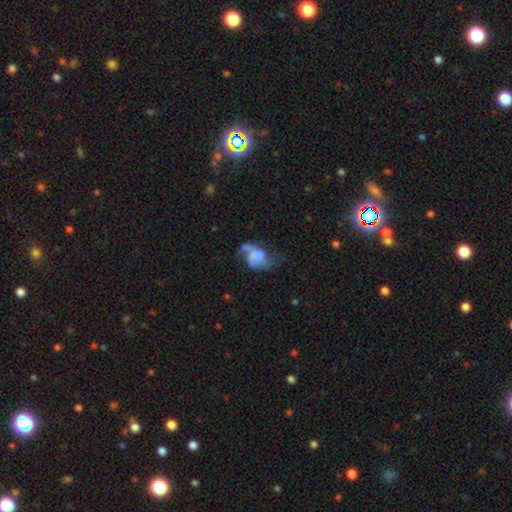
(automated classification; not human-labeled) Smooth or featured? Predicted: featured or disk (p=0.60). Edge-on disk? Predicted: no (p=0.98). Bar? Predicted: no (p=0.69). Spiral arms? Predicted: yes (p=0.75). Bulge size? Predicted: none (p=0.55). Merging? Predicted: major disturbance (p=0.42).